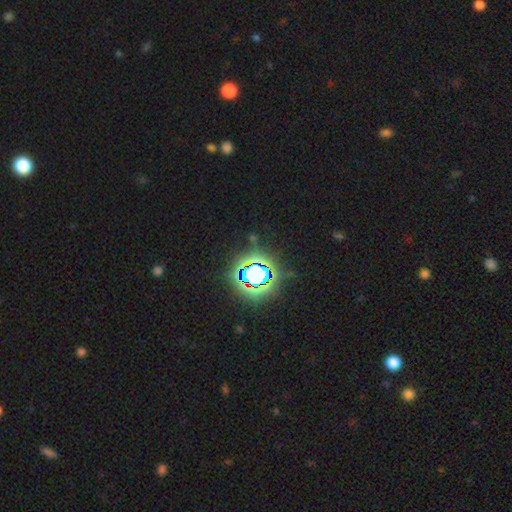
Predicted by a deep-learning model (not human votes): star or artifact 81%, smooth 13%, featured or disk 7%.